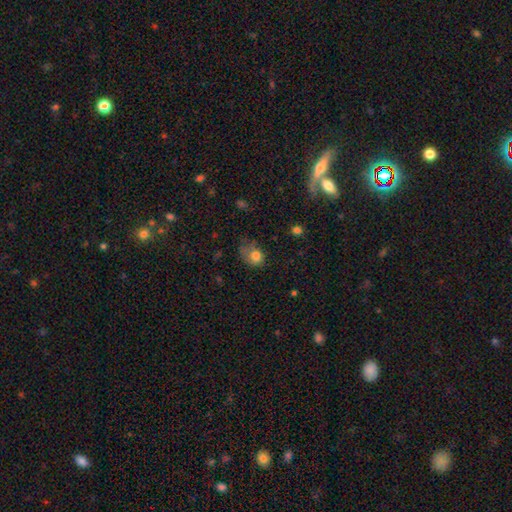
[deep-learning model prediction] Smooth or featured?
  - smooth: 78% *
  - featured or disk: 12%
  - star or artifact: 11%
How rounded?
  - in between: 52% *
  - round: 47%
  - cigar-shaped: 1%
Merging?
  - minor disturbance: 34% *
  - major disturbance: 31%
  - none: 31%
  - merger: 3%